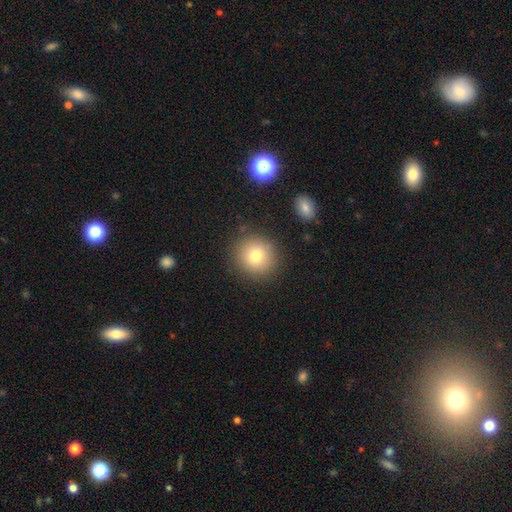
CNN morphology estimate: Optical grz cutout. It shows a smooth galaxy with no disk features (77%) that is round (92%). Merging: none (87%).